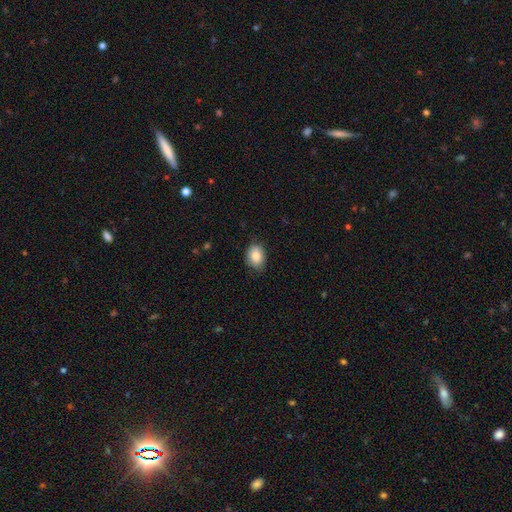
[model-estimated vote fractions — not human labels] Smooth or featured? smooth (84%)
How rounded? in between (65%)
Merging? none (75%)